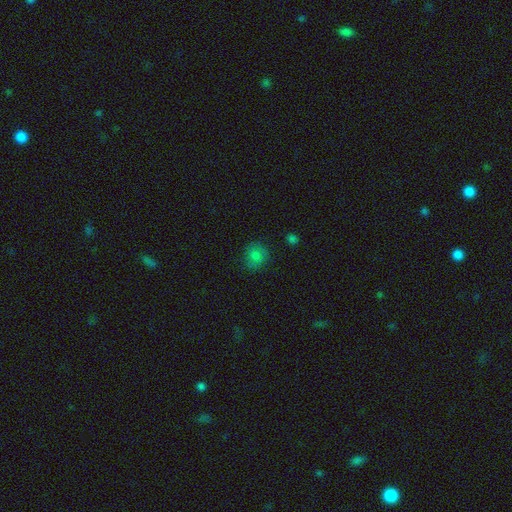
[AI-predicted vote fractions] Smooth or featured? smooth (78%)
How rounded? round (81%)
Merging? none (80%)